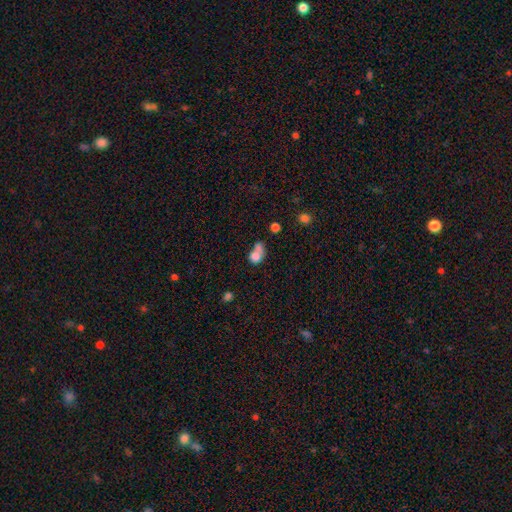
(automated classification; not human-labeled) A smooth galaxy with no disk features (74%) that is round (56%). Merging: merger (58%).